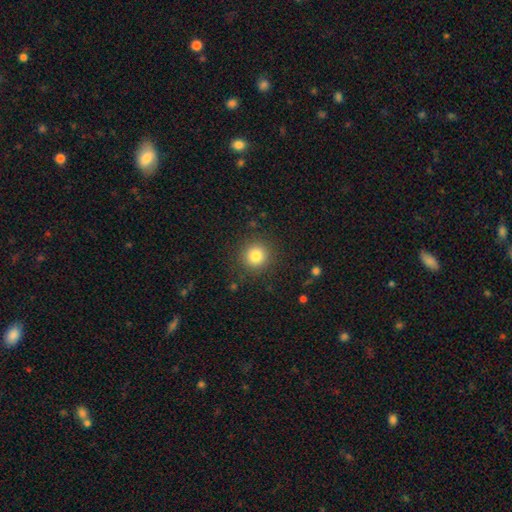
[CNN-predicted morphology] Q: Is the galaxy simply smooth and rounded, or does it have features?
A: smooth — 82%.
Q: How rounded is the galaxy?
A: round — 93%.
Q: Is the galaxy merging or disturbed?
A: none — 89%.